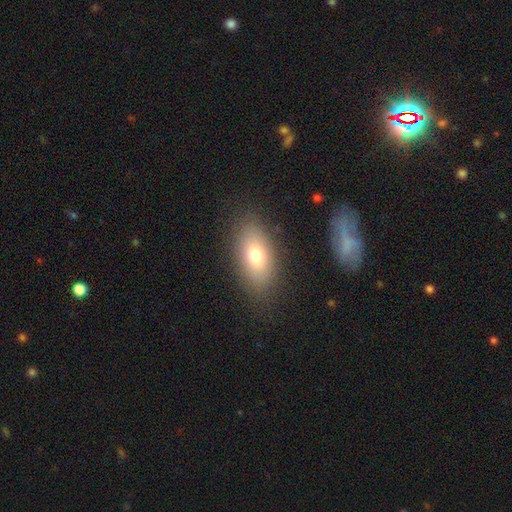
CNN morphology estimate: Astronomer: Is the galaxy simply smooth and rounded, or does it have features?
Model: smooth — 74%.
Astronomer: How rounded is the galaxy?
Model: in between — 89%.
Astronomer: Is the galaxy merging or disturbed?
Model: none — 83%.